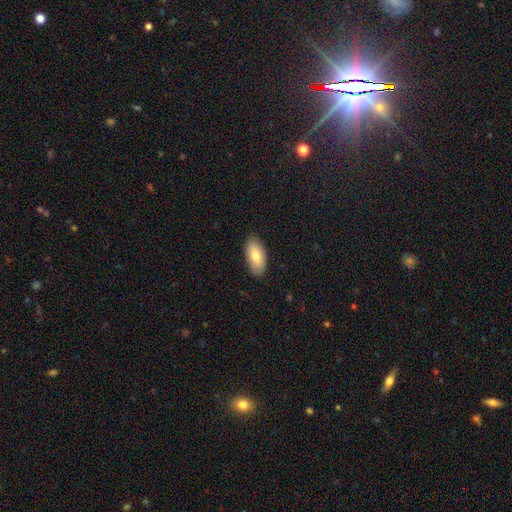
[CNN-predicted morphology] This appears to be a smooth galaxy with no disk features (75%) that is in between round and cigar-shaped (91%). Merging: none (87%).